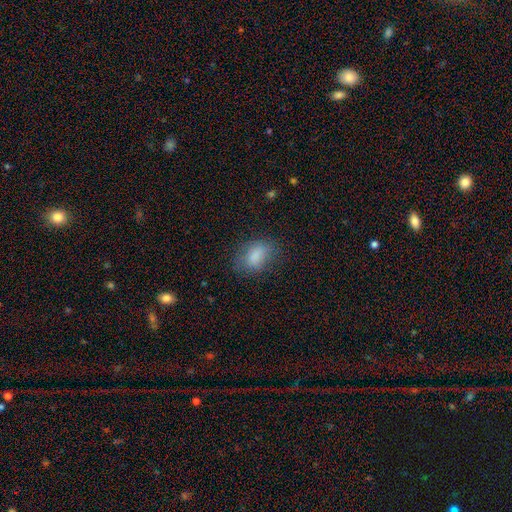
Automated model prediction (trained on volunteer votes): This appears to be a smooth galaxy with no disk features (82%) that is in between round and cigar-shaped (83%). Merging: none (67%).